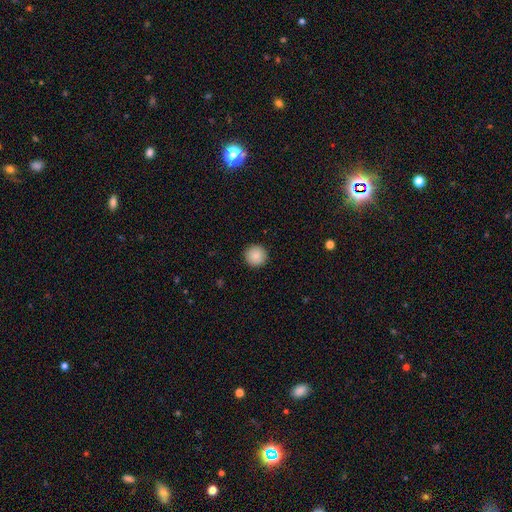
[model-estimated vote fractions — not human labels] Smooth or featured?
  - smooth: 88% *
  - star or artifact: 8%
  - featured or disk: 4%
How rounded?
  - round: 96% *
  - in between: 3%
  - cigar-shaped: 1%
Merging?
  - none: 93% *
  - minor disturbance: 5%
  - major disturbance: 2%
  - merger: 1%